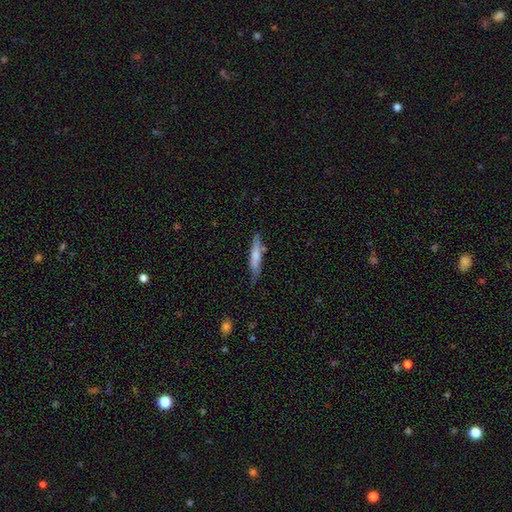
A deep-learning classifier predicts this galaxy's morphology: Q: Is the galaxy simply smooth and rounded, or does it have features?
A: smooth — 64%.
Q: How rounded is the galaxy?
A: cigar-shaped — 86%.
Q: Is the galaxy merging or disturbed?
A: none — 68%.